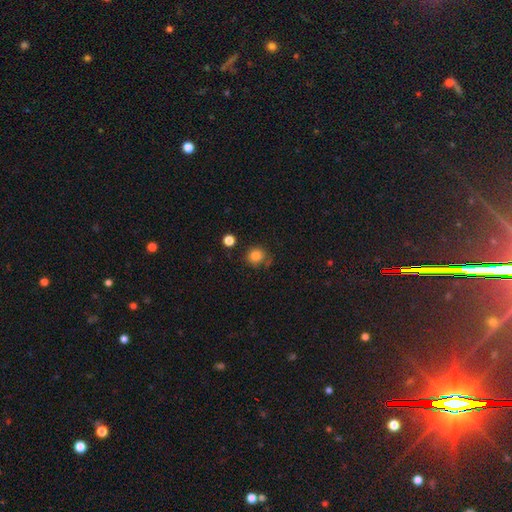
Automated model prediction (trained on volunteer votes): smooth-or-featured: smooth: 82% | star or artifact: 12% | featured or disk: 6%
  how-rounded: round: 88% | in between: 11% | cigar-shaped: 1%
  merging: none: 76% | minor disturbance: 14% | merger: 6% | major disturbance: 4%